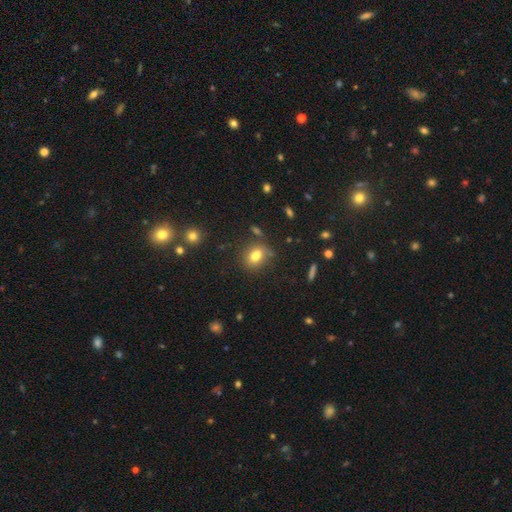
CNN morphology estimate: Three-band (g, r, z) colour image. It shows a smooth galaxy with no disk features (79%) that is in between round and cigar-shaped (51%). Merging: none (74%).